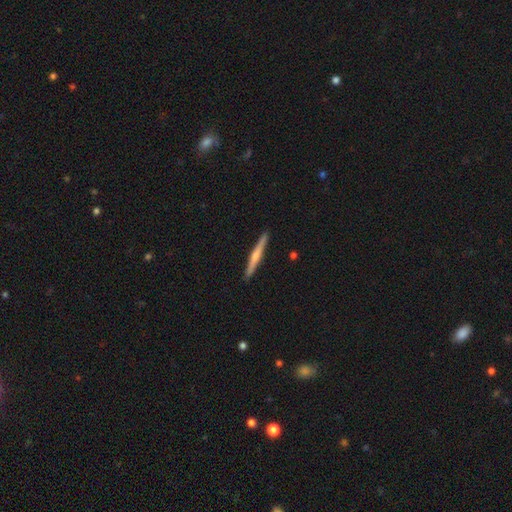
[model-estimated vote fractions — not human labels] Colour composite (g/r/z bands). It shows a featured or disk galaxy (54%) viewed edge-on (98%) with a rounded central bulge (59%). Merging: none (92%).